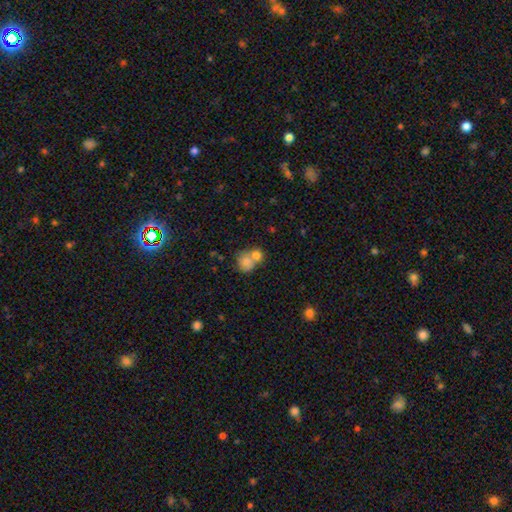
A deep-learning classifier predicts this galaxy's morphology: Smooth or featured? smooth (77%)
How rounded? round (76%)
Merging? merger (59%)